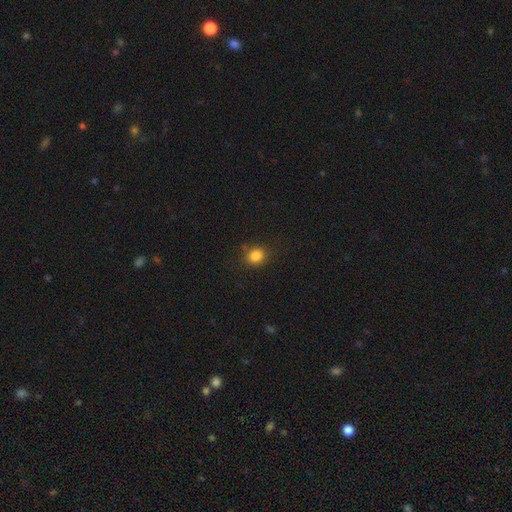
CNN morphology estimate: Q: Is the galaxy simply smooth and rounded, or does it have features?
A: smooth — 84%.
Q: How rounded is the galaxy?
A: round — 76%.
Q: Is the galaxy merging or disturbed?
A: none — 82%.